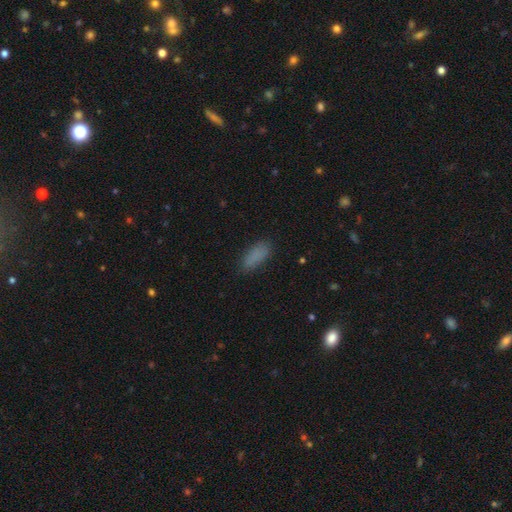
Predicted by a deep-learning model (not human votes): smooth 85%, star or artifact 10%, featured or disk 6%. Down the decision tree: how rounded — in between (74%); merging — none (80%).